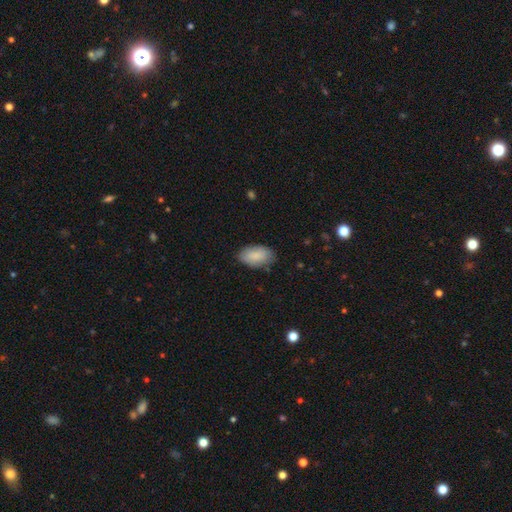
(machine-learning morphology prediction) Overall: smooth (87%). How rounded: in between (94%). Merging: none (81%).